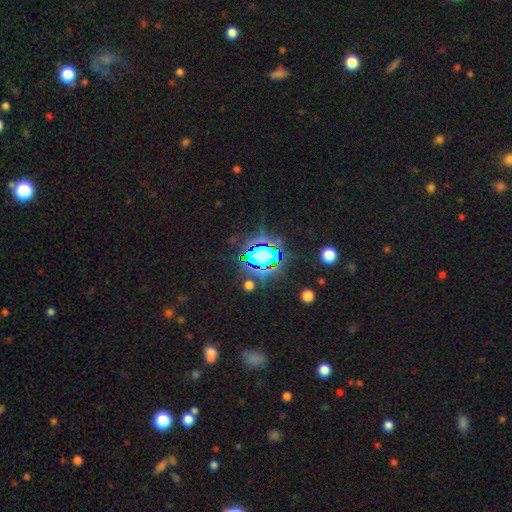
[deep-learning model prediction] A star or artifact, not a galaxy (79%).